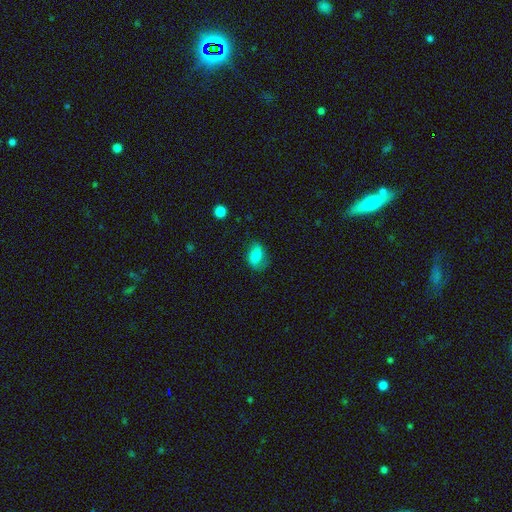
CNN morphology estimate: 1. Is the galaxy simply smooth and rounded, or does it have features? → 75% smooth, 16% featured or disk, 9% star or artifact.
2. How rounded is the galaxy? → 81% in between, 17% round, 2% cigar-shaped.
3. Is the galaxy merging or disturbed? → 67% none, 24% minor disturbance, 8% major disturbance, 1% merger.